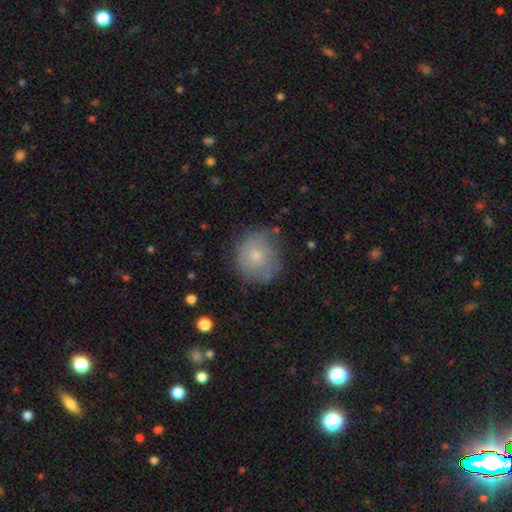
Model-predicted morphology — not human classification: A smooth galaxy with no disk features (66%) that is round (84%). Merging: none (72%).